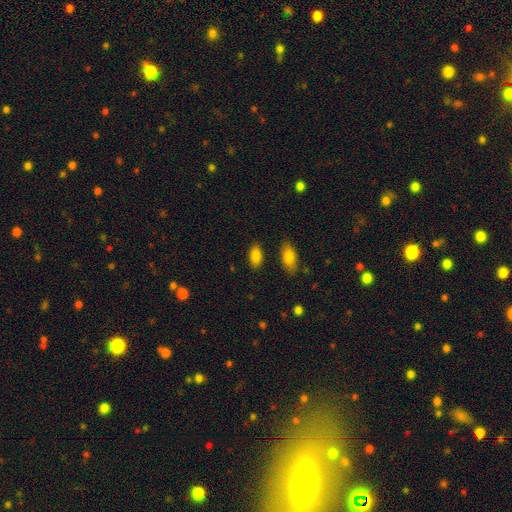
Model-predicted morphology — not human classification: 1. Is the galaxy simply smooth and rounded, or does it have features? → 85% smooth, 8% star or artifact, 7% featured or disk.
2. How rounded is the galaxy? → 92% in between, 5% cigar-shaped, 4% round.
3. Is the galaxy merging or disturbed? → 84% none, 10% minor disturbance, 3% merger, 3% major disturbance.